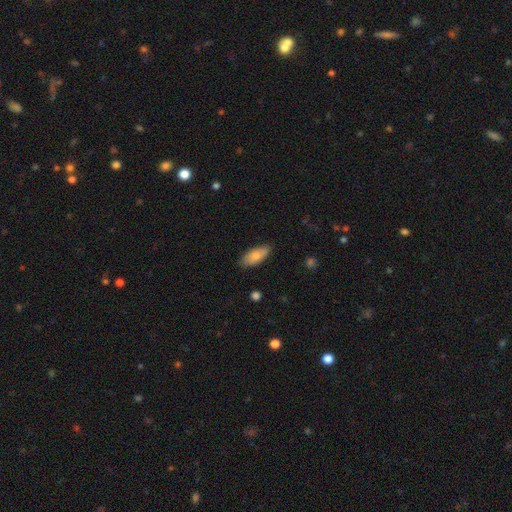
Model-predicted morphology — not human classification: Smooth or featured?
  - smooth: 79% *
  - featured or disk: 15%
  - star or artifact: 6%
How rounded?
  - in between: 83% *
  - cigar-shaped: 15%
  - round: 2%
Merging?
  - none: 82% *
  - minor disturbance: 14%
  - major disturbance: 2%
  - merger: 1%